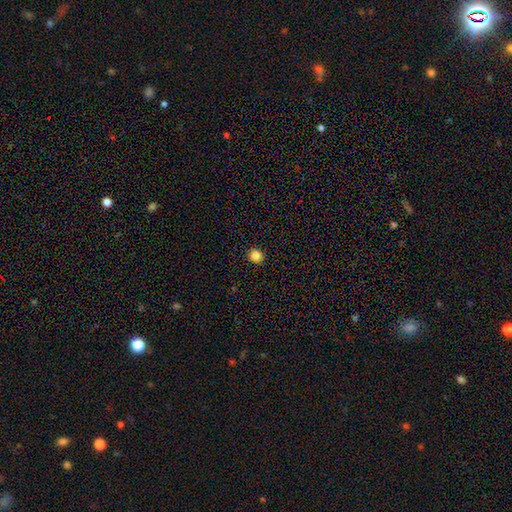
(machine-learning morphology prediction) smooth 83%, star or artifact 12%, featured or disk 4%. Down the decision tree: how rounded — round (88%); merging — none (92%).